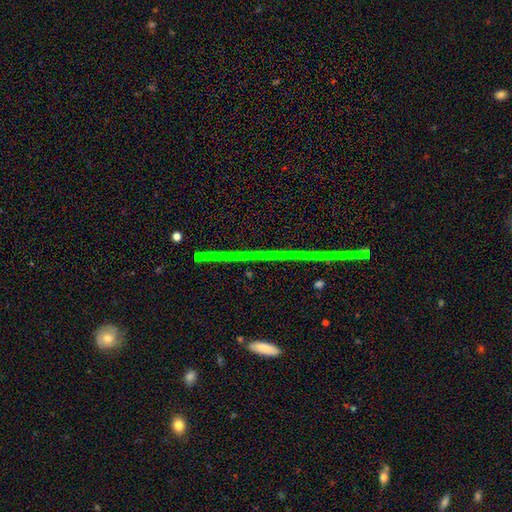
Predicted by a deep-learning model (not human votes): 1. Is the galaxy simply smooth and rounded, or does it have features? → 80% star or artifact, 12% featured or disk, 8% smooth.